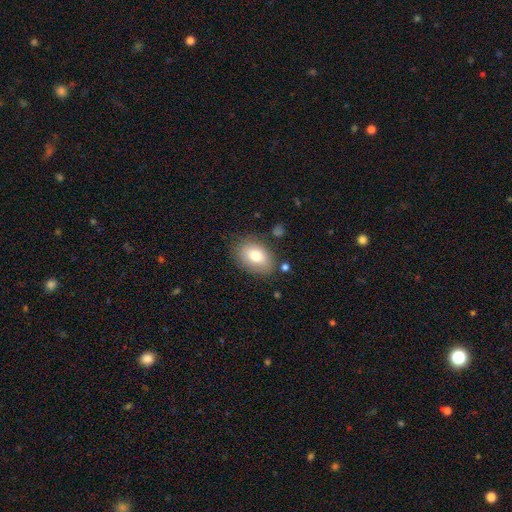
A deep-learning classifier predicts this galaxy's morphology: Smooth or featured?
  - smooth: 77% *
  - featured or disk: 15%
  - star or artifact: 8%
How rounded?
  - in between: 84% *
  - round: 15%
  - cigar-shaped: 1%
Merging?
  - none: 78% *
  - minor disturbance: 14%
  - major disturbance: 4%
  - merger: 3%